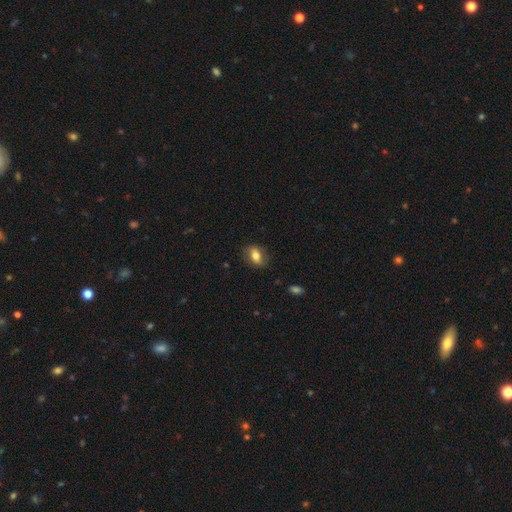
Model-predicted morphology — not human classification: smooth 70%, featured or disk 22%, star or artifact 8%. Down the decision tree: how rounded — in between (79%); merging — none (80%).